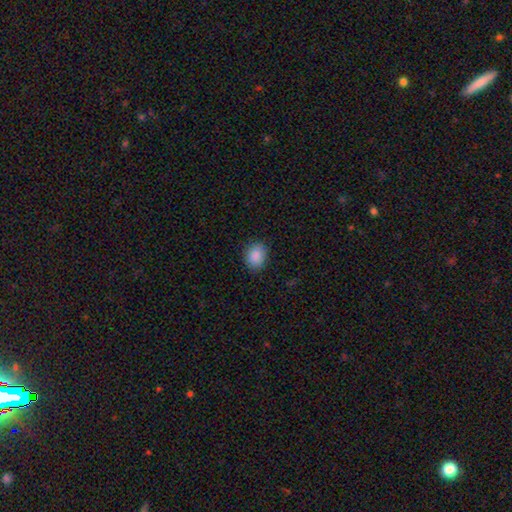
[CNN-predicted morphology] type=smooth (89%); roundness=in between (58%); merging=none (87%).